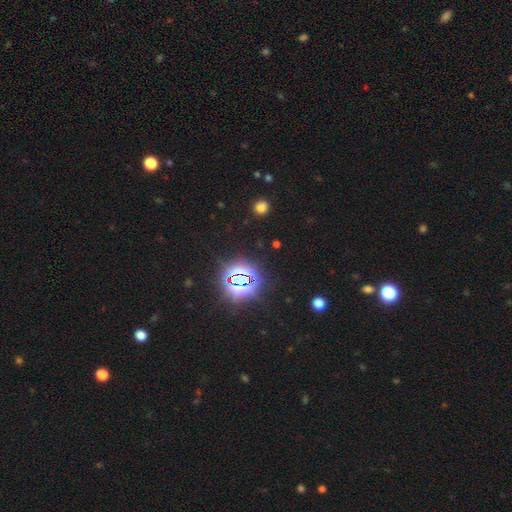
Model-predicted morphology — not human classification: Smooth or featured? star or artifact (80%)